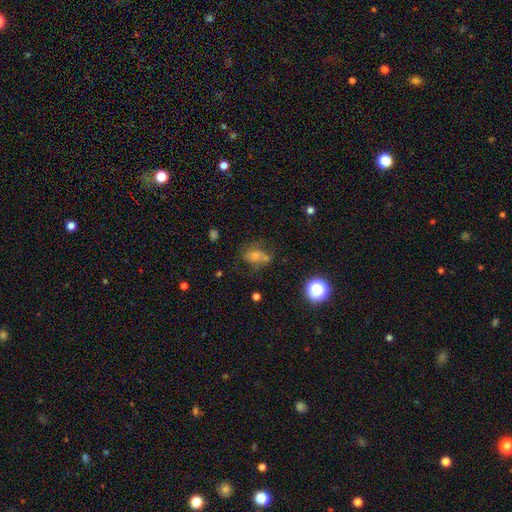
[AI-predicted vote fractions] Smooth or featured: smooth — 51% (featured or disk — 31%)
How rounded: in between — 64% (round — 34%)
Merging: none — 40% (minor disturbance — 22%)